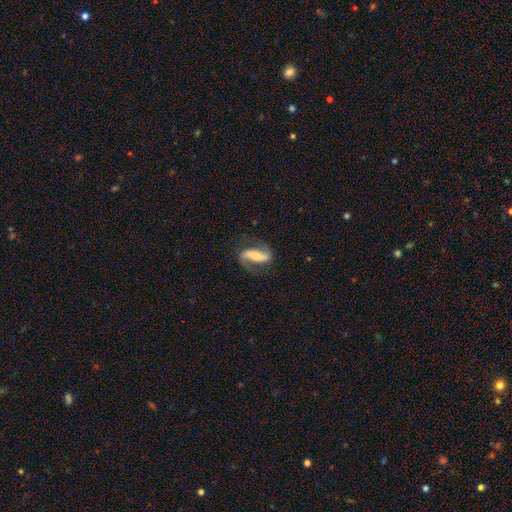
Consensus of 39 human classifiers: This is clearly a featured or disk galaxy (85%). It is clearly not viewed edge-on (82%). Bar: marginally strong (37%). Spiral arm pattern: clearly yes (93%). Spiral arm count: clearly 2 (80%). Spiral winding: likely loose (60%). Central bulge: possibly moderate (48%). Merging: possibly none (59%).